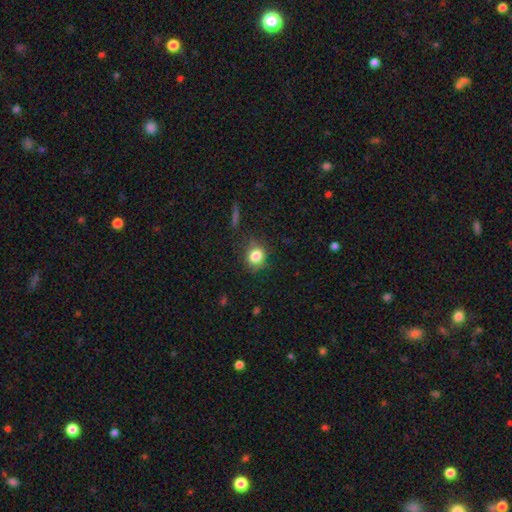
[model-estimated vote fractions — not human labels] Smooth or featured: smooth — 82% (star or artifact — 10%)
How rounded: round — 60% (in between — 39%)
Merging: none — 74% (minor disturbance — 19%)